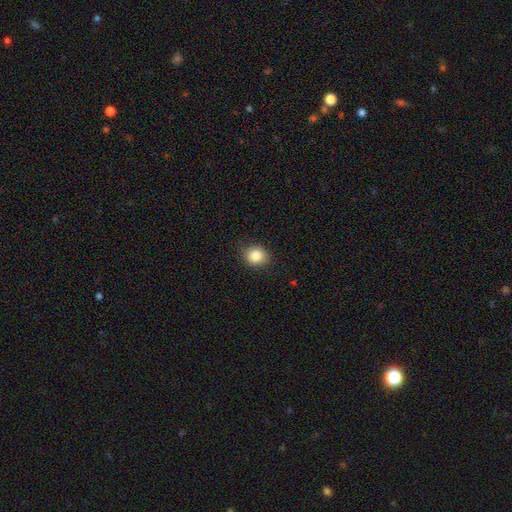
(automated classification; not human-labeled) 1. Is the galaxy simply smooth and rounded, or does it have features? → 85% smooth, 10% star or artifact, 5% featured or disk.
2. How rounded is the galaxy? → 73% round, 26% in between, 1% cigar-shaped.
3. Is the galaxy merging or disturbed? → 86% none, 10% minor disturbance, 3% major disturbance, 1% merger.